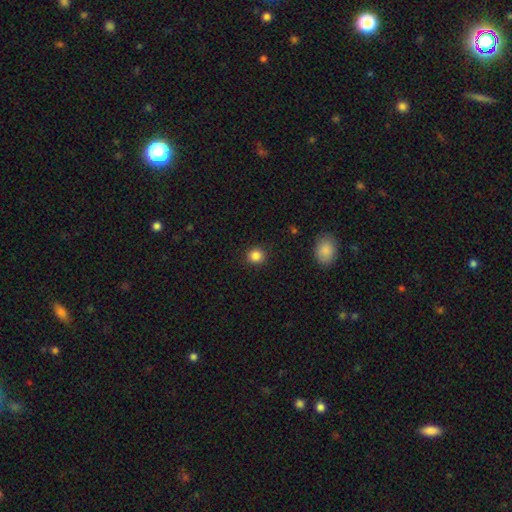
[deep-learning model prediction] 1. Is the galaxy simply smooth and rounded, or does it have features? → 85% smooth, 11% star or artifact, 4% featured or disk.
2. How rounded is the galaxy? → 89% round, 10% in between, 1% cigar-shaped.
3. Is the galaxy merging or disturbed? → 91% none, 6% minor disturbance, 2% major disturbance, 1% merger.